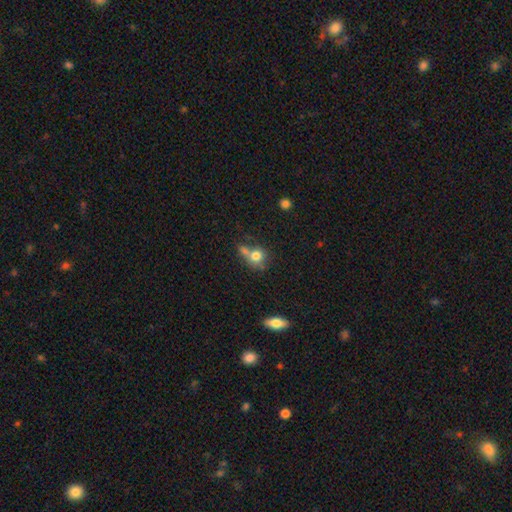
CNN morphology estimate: A smooth galaxy with no disk features (76%) that is round (74%). Merging: merger (41%).